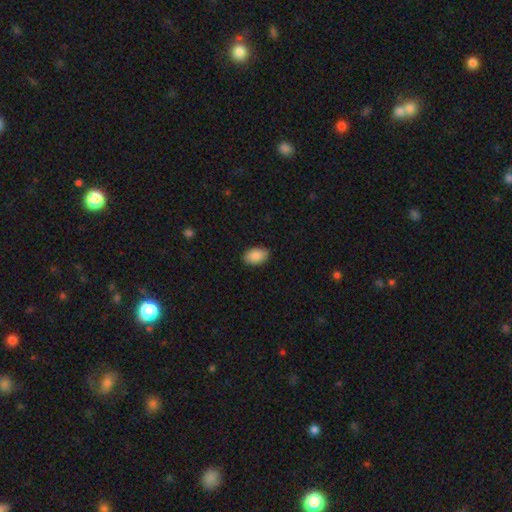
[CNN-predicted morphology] Smooth or featured: smooth — 89% (star or artifact — 7%)
How rounded: in between — 91% (round — 7%)
Merging: none — 88% (minor disturbance — 10%)